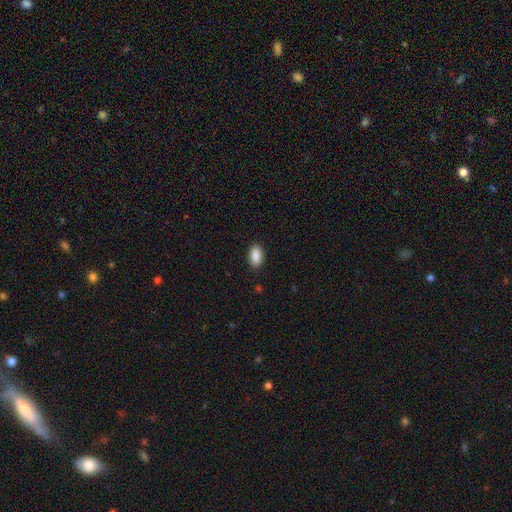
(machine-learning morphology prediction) smooth 90%, star or artifact 7%, featured or disk 3%. Down the decision tree: how rounded — in between (93%); merging — none (88%).